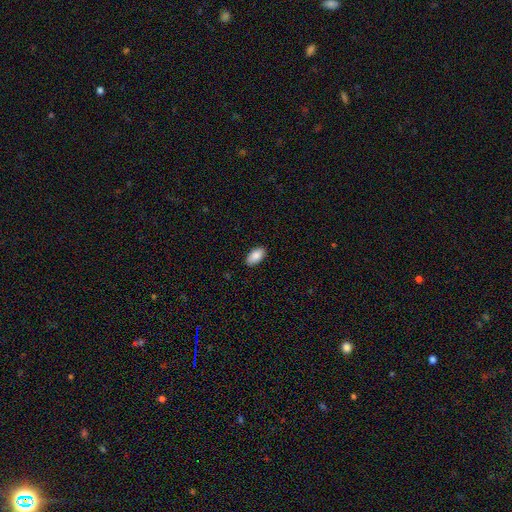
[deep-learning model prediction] Smooth or featured?
  - smooth: 87% *
  - star or artifact: 6%
  - featured or disk: 6%
How rounded?
  - in between: 95% *
  - round: 3%
  - cigar-shaped: 2%
Merging?
  - none: 88% *
  - minor disturbance: 9%
  - major disturbance: 2%
  - merger: 1%